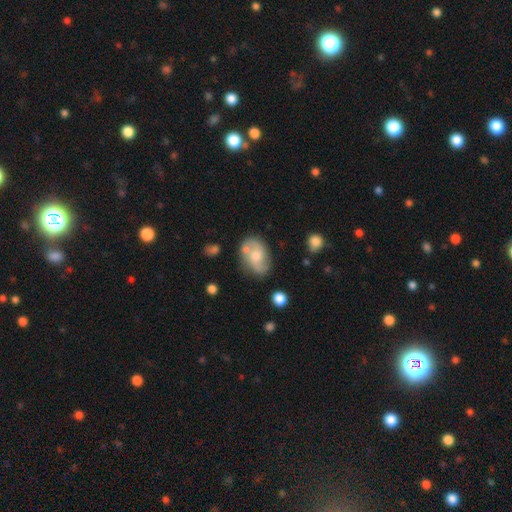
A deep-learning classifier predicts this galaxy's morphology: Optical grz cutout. It shows a featured or disk galaxy (58%) with no bar (66%), spiral arms (83%) and a moderate central bulge (59%). Merging: none (63%).